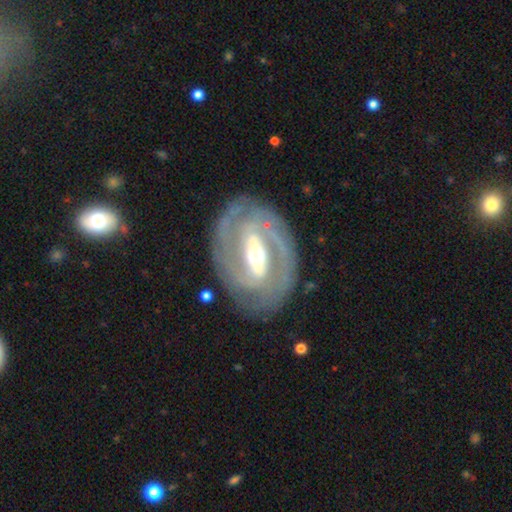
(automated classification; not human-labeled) A featured or disk galaxy (88%) with a strong bar (60%), 2 (68%) tight (62%) spiral arms (91%) and a moderate central bulge (66%).

Vote fractions:
- Smooth or featured? featured or disk: 88% / smooth: 8% / star or artifact: 4%
- Edge-on disk? no: 95% / yes: 5%
- Bar? strong: 60% / weak: 29% / no: 11%
- Spiral arms? yes: 91% / no: 9%
- Spiral winding? tight: 62% / medium: 30% / loose: 8%
- Spiral arm count? 2: 68% / can't tell: 13% / 3: 10% / 1: 3% / 4: 3% / more than 4: 3%
- Bulge size? moderate: 66% / small: 24% / large: 8% / dominant: 1% / none: 1%
- Merging? none: 80% / minor disturbance: 13% / major disturbance: 5% / merger: 2%